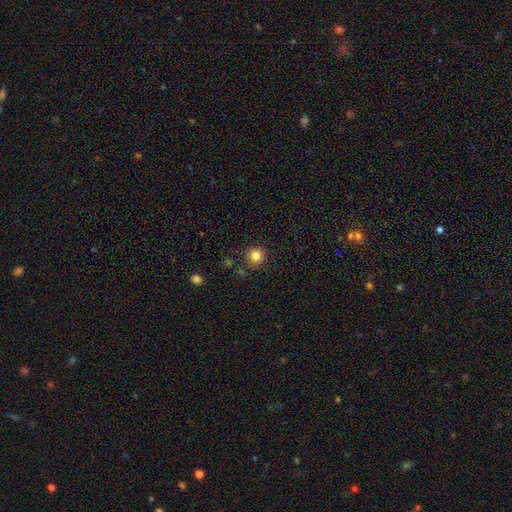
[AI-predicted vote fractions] smooth 84%, star or artifact 11%, featured or disk 4%. Down the decision tree: how rounded — round (94%); merging — none (88%).